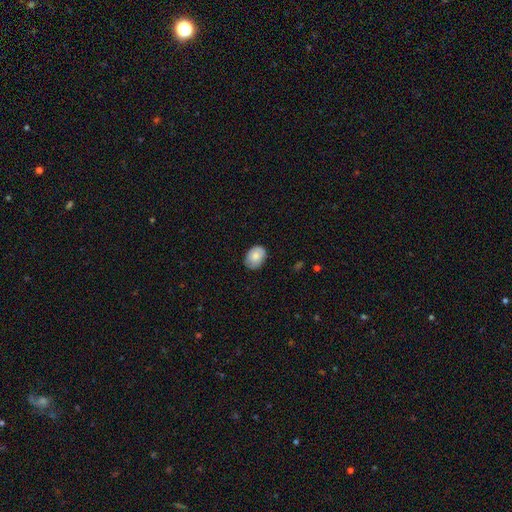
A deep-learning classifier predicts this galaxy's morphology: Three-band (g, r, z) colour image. It shows a smooth galaxy with no disk features (78%) that is in between round and cigar-shaped (71%). Merging: none (77%).